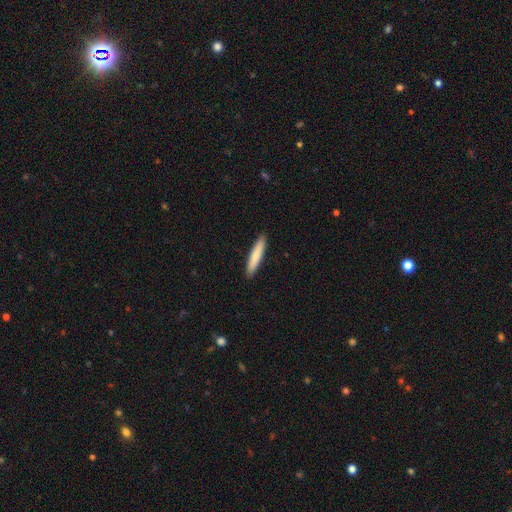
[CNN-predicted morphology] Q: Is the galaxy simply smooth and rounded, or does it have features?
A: smooth — 80%.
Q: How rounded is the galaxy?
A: cigar-shaped — 91%.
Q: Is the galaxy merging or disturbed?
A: none — 92%.